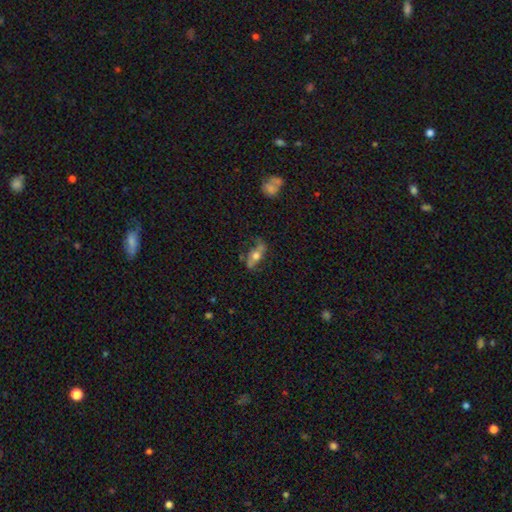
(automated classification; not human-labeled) Q: Smooth or featured?
A: featured or disk (48%); runner-up: smooth (44%)
Q: Merging?
A: none (62%); runner-up: minor disturbance (22%)